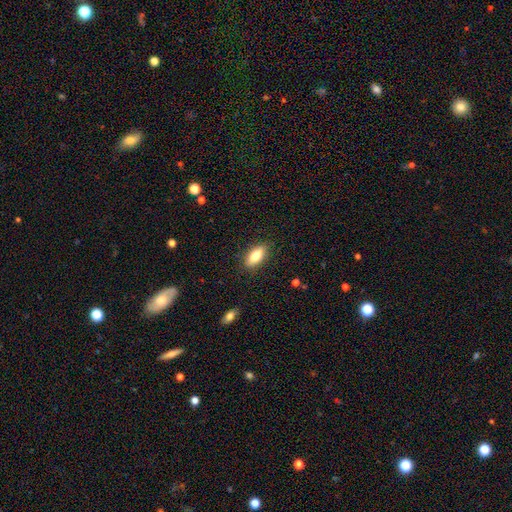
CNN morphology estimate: A smooth galaxy with no disk features (76%) that is in between round and cigar-shaped (82%).

Vote fractions:
- Smooth or featured? smooth: 76% / featured or disk: 17% / star or artifact: 7%
- How rounded? in between: 82% / cigar-shaped: 15% / round: 3%
- Merging? none: 88% / minor disturbance: 9% / major disturbance: 2% / merger: 1%